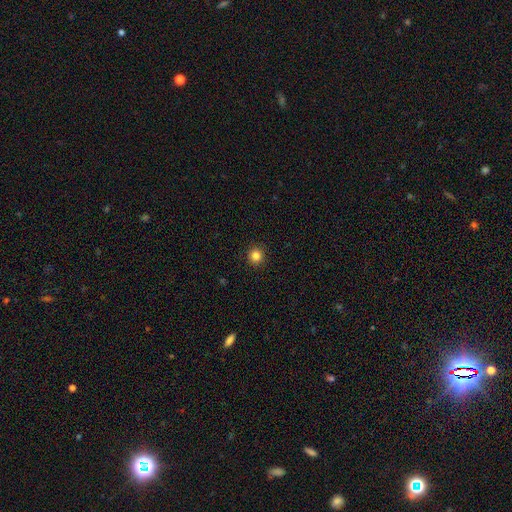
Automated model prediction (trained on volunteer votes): The model was most divided on "smooth or featured": smooth: 83%, star or artifact: 12%, featured or disk: 5%. More confident: how rounded — round (95%); merging — none (93%).